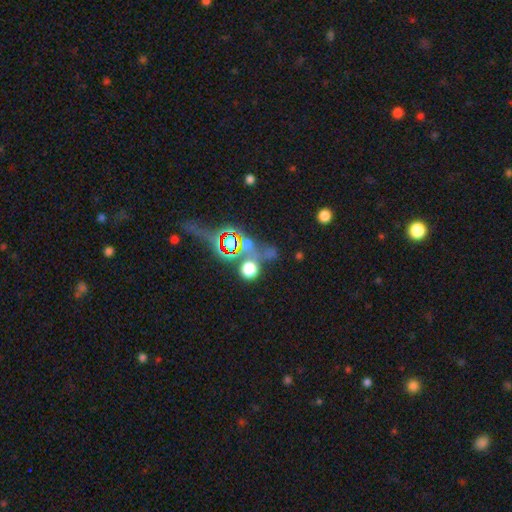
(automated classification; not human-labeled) Q: Smooth or featured?
A: star or artifact (68%); runner-up: smooth (18%)